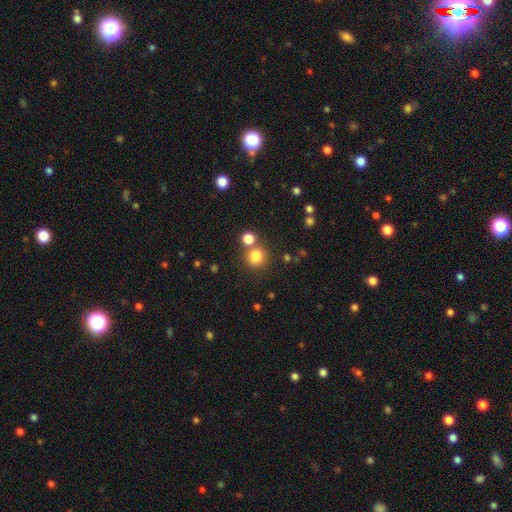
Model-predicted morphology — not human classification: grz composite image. It shows a smooth galaxy with no disk features (80%) that is round (89%). Merging: none (70%).